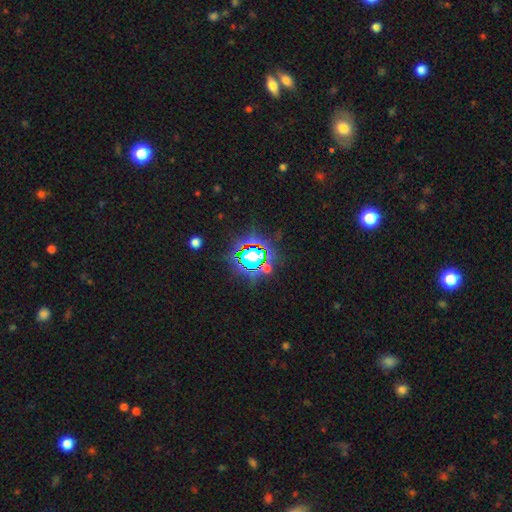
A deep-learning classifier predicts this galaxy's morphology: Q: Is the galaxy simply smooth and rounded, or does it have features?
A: star or artifact — 78%.